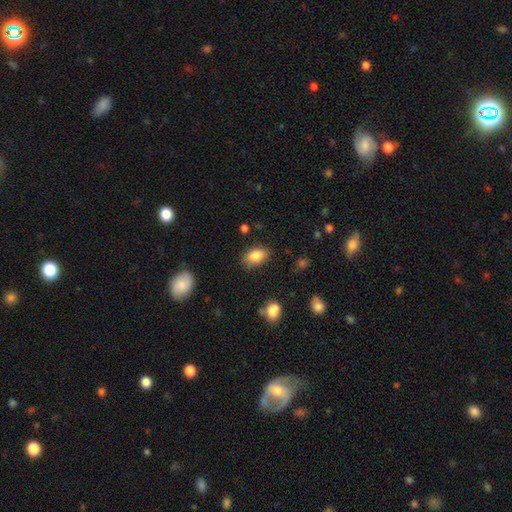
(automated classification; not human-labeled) This is clearly a smooth galaxy (85%). How rounded: clearly in between (88%). Merging: likely none (79%).